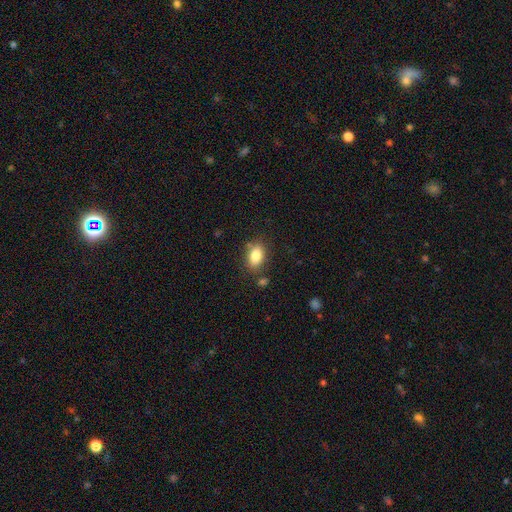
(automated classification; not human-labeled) This appears to be a smooth galaxy with no disk features (85%) that is in between round and cigar-shaped (87%). Merging: none (78%).